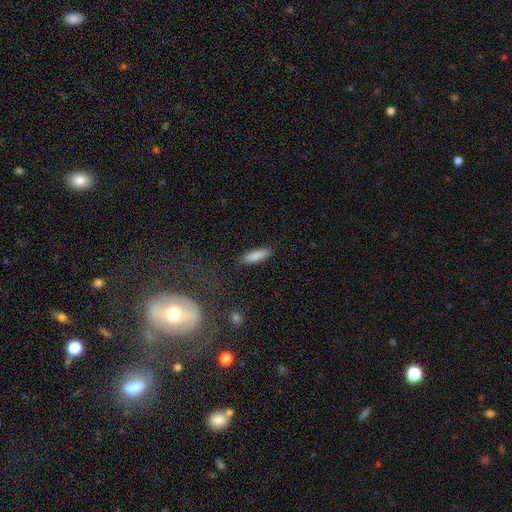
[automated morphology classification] type=smooth (86%); roundness=cigar-shaped (55%); merging=none (87%).